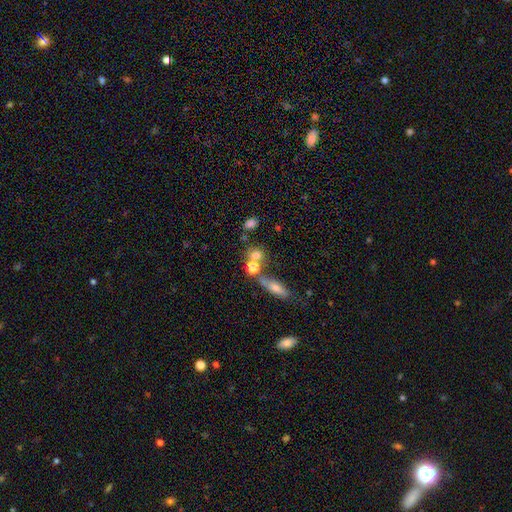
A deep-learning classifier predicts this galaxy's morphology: A smooth galaxy with no disk features (72%) that is round (62%).

Vote fractions:
- Smooth or featured? smooth: 72% / featured or disk: 14% / star or artifact: 14%
- How rounded? round: 62% / in between: 33% / cigar-shaped: 5%
- Merging? none: 48% / merger: 36% / minor disturbance: 11% / major disturbance: 6%